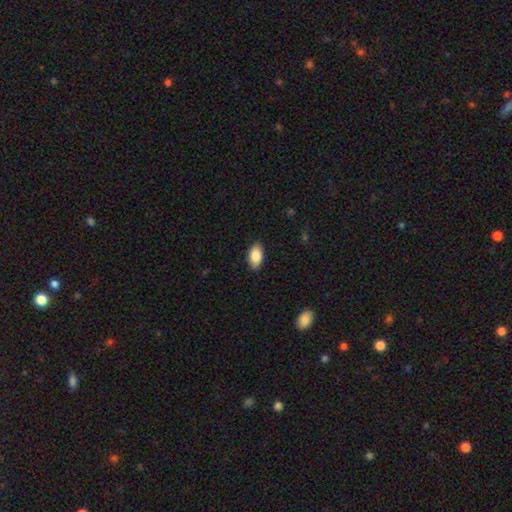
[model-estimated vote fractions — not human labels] Smooth or featured? smooth (88%)
How rounded? in between (94%)
Merging? none (88%)